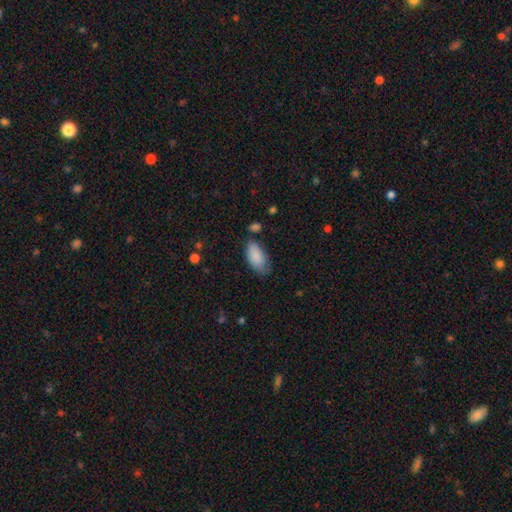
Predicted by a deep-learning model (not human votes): The model was most divided on "merging": none: 63%, minor disturbance: 26%, major disturbance: 6%, merger: 4%. More confident: how rounded — in between (93%); smooth or featured — smooth (88%).